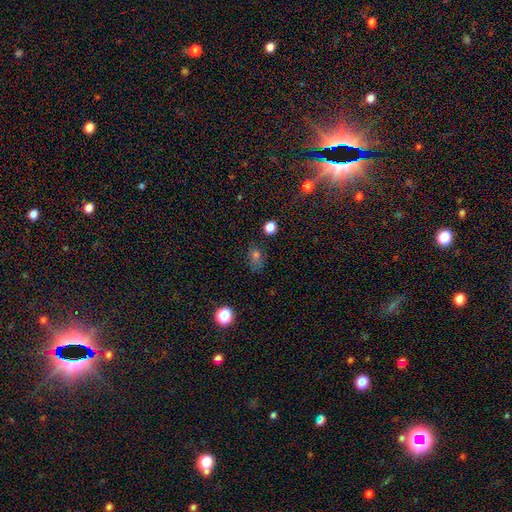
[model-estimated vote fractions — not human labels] This is possibly a smooth galaxy (55%). How rounded: possibly in between (58%). Merging: likely none (68%).